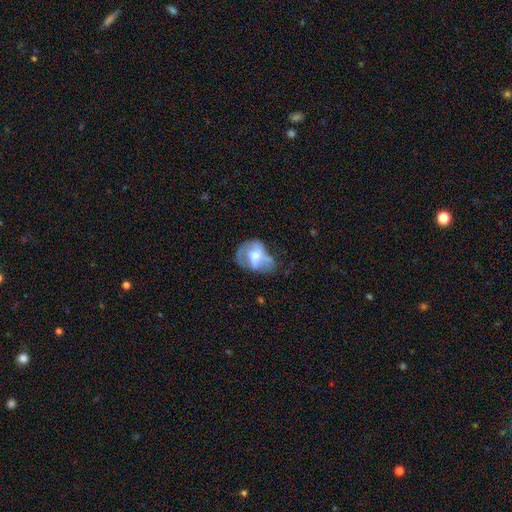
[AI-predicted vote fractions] Smooth or featured? featured or disk (54%)
Edge-on disk? no (96%)
Bar? no (61%)
Spiral arms? no (57%)
Bulge size? moderate (62%)
Merging? major disturbance (35%)